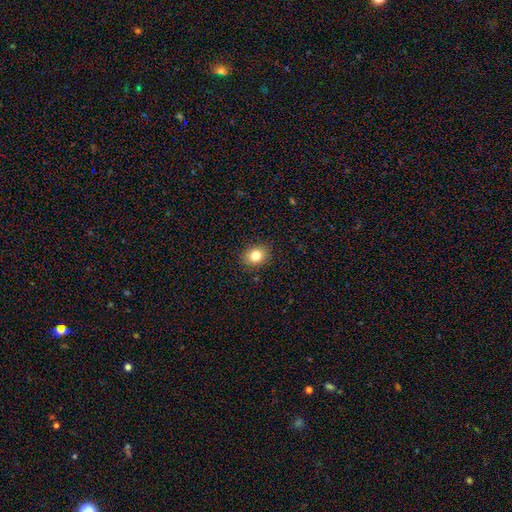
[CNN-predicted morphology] smooth 82%, star or artifact 11%, featured or disk 7%. Down the decision tree: how rounded — round (54%); merging — none (89%).